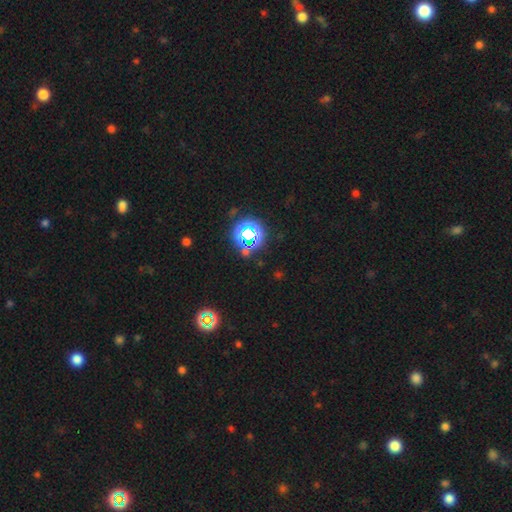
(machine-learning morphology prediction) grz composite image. It shows a star or artifact, not a galaxy (76%).